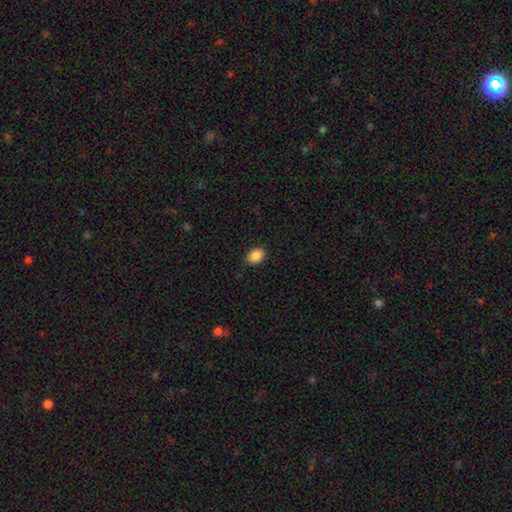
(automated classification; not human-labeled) Smooth or featured? smooth (89%)
How rounded? in between (72%)
Merging? none (88%)